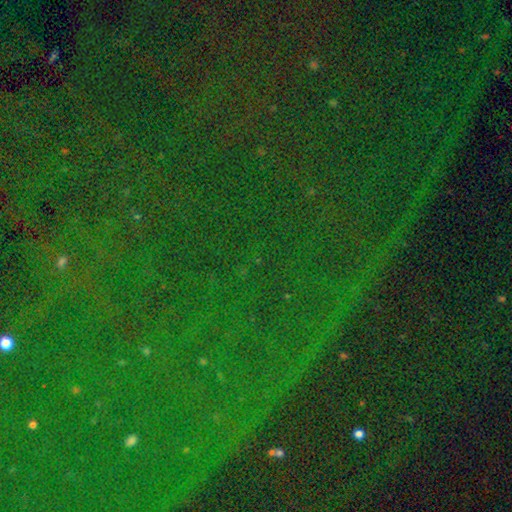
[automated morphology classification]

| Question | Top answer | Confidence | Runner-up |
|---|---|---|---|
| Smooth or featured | star or artifact | 84% | smooth (9%) |